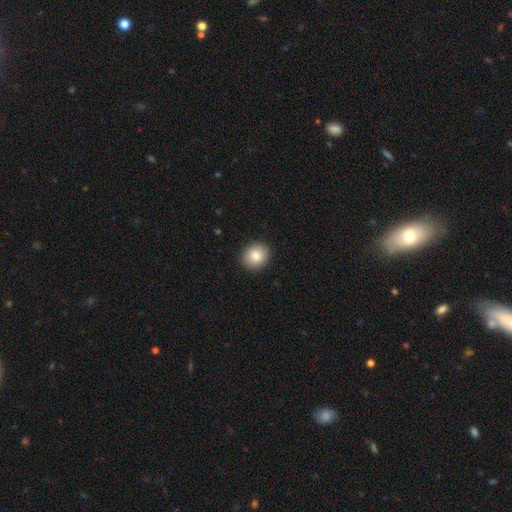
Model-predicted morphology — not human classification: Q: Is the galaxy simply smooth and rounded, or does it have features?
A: smooth — 84%.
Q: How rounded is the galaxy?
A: round — 74%.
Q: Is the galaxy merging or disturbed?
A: none — 91%.